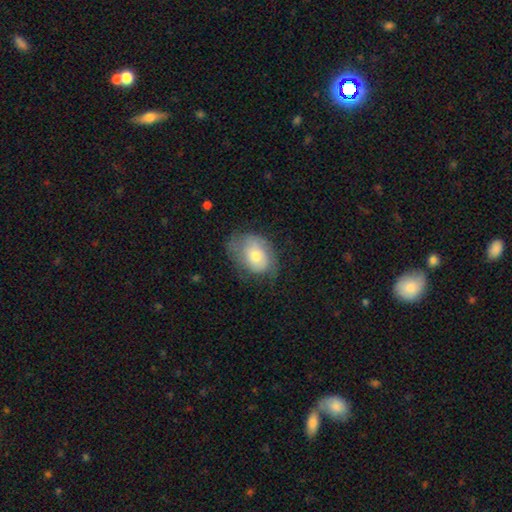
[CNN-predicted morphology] smooth_or_featured: smooth (p=0.57) [alt: featured or disk p=0.35]
how_rounded: in between (p=0.71) [alt: round p=0.28]
merging: none (p=0.58) [alt: minor disturbance p=0.28]